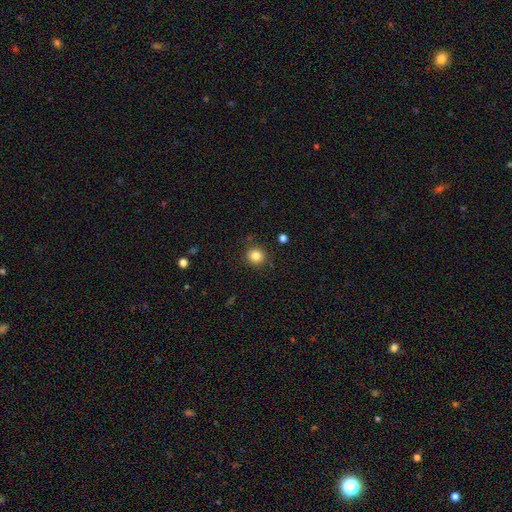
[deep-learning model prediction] A smooth galaxy with no disk features (83%) that is round (92%). Merging: none (88%).